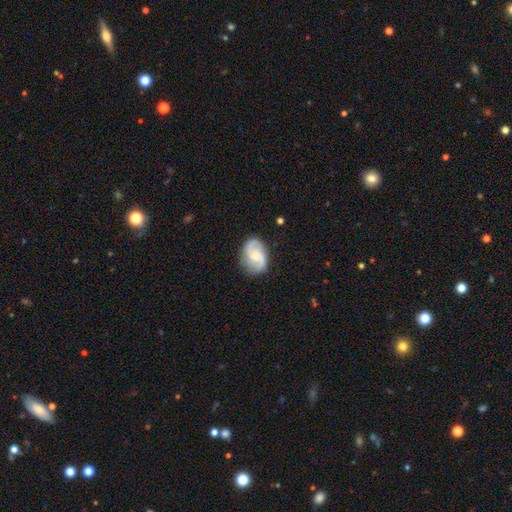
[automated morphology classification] A featured or disk galaxy (74%) with no bar (56%), 2 (80%) medium (48%) spiral arms (96%) and a small central bulge (48%).

Vote fractions:
- Smooth or featured? featured or disk: 74% / smooth: 20% / star or artifact: 6%
- Edge-on disk? no: 98% / yes: 2%
- Bar? no: 56% / weak: 38% / strong: 6%
- Spiral arms? yes: 96% / no: 4%
- Spiral winding? medium: 48% / loose: 30% / tight: 22%
- Spiral arm count? 2: 80% / 3: 8% / can't tell: 7% / 1: 2% / 4: 2% / more than 4: 2%
- Bulge size? small: 48% / moderate: 37% / none: 11% / large: 4% / dominant: 1%
- Merging? none: 78% / minor disturbance: 15% / major disturbance: 5% / merger: 1%